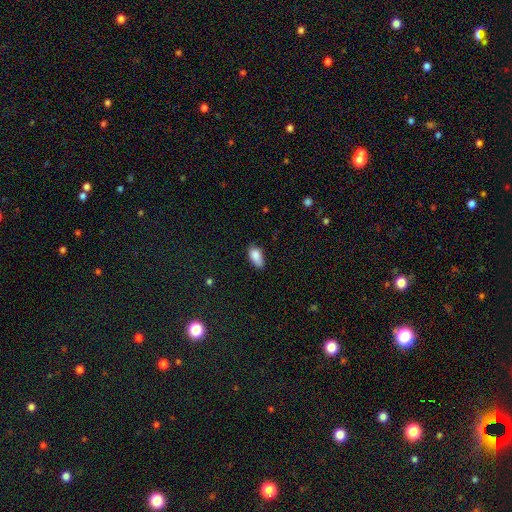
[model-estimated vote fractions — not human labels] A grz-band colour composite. It shows a smooth galaxy with no disk features (86%) that is in between round and cigar-shaped (92%). Merging: none (68%).